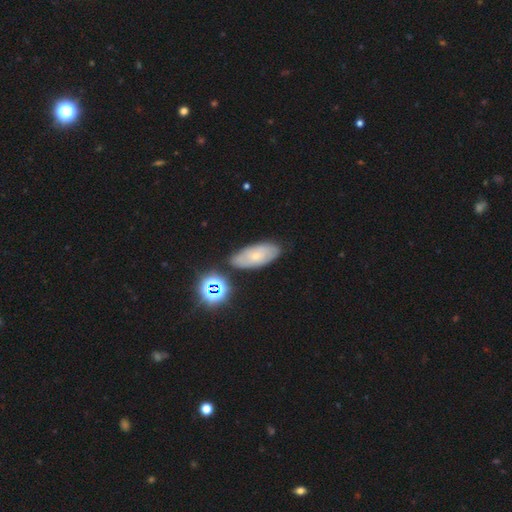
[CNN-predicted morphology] Overall: smooth (49%; featured or disk 39%). Merging: none (78%).